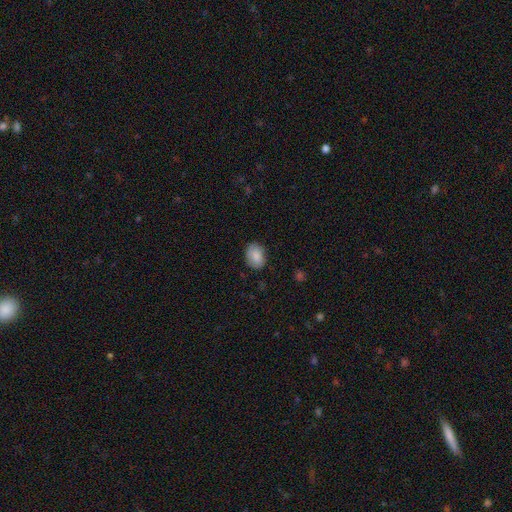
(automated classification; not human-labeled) smooth_or_featured: smooth (p=0.86) [alt: featured or disk p=0.07]
how_rounded: in between (p=0.73) [alt: round p=0.26]
merging: none (p=0.80) [alt: minor disturbance p=0.16]